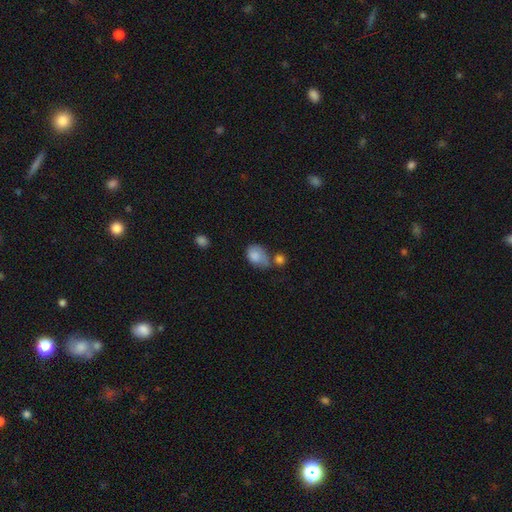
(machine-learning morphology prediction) type=smooth (79%); roundness=in between (74%); merging=none (32%).